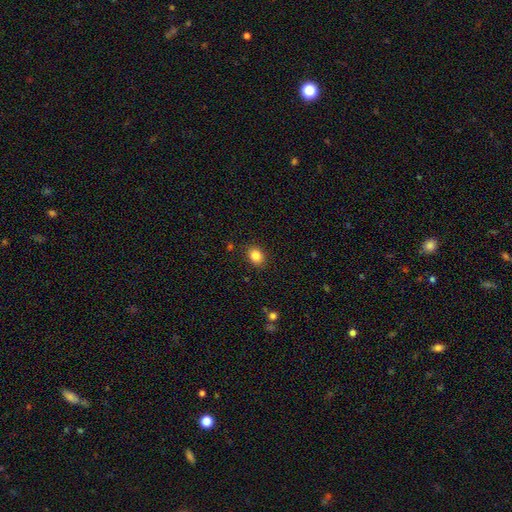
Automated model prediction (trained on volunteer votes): smooth-or-featured: smooth: 84% | star or artifact: 10% | featured or disk: 5%
  how-rounded: in between: 51% | round: 48% | cigar-shaped: 1%
  merging: none: 87% | minor disturbance: 9% | major disturbance: 2% | merger: 1%